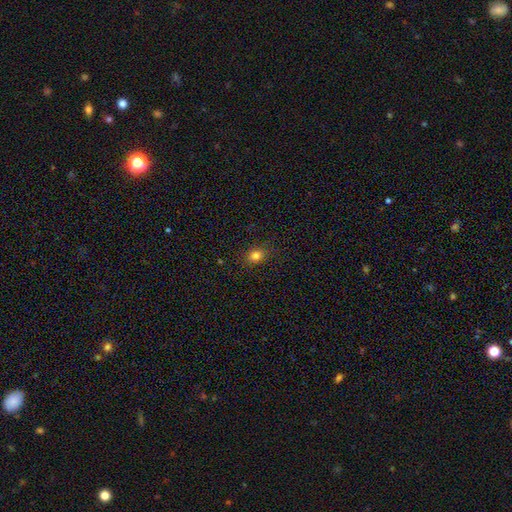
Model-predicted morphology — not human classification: type=smooth (80%); roundness=round (62%); merging=none (87%).